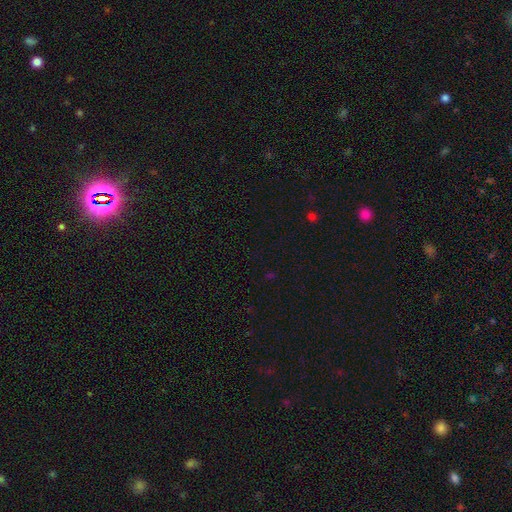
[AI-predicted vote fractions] Overall: star or artifact (67%).